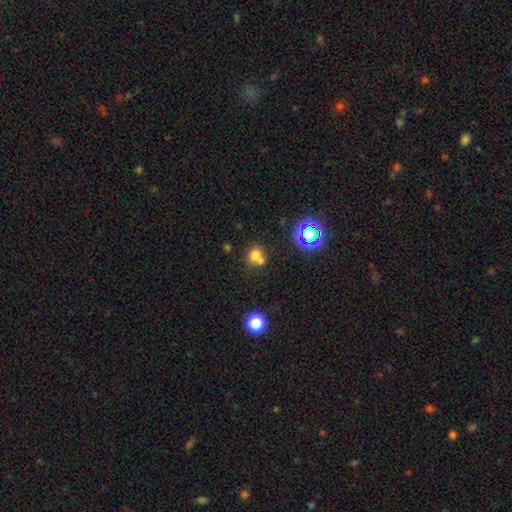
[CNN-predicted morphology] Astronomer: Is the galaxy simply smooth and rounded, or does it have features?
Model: smooth — 68%.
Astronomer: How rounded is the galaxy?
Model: round — 72%.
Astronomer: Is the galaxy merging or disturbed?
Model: merger — 48% (runner-up: none, 38%).